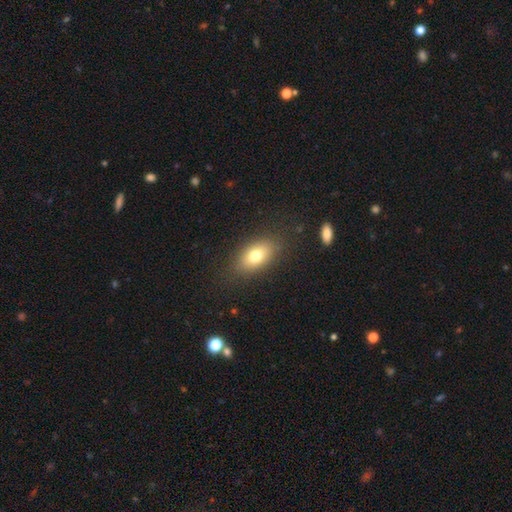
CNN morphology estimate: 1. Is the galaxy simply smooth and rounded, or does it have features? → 76% smooth, 15% featured or disk, 9% star or artifact.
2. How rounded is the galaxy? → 87% in between, 9% round, 4% cigar-shaped.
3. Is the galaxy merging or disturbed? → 82% none, 12% minor disturbance, 4% major disturbance, 1% merger.